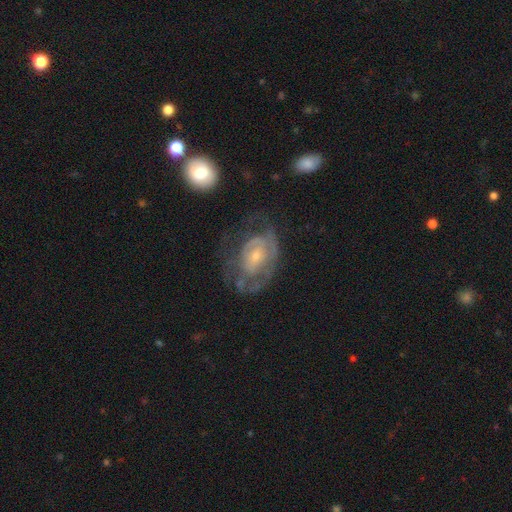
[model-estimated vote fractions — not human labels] Smooth or featured? Predicted: featured or disk (p=0.72). Edge-on disk? Predicted: no (p=0.96). Bar? Predicted: no (p=0.69). Spiral arms? Predicted: yes (p=0.65). Bulge size? Predicted: small (p=0.66). Merging? Predicted: none (p=0.40).